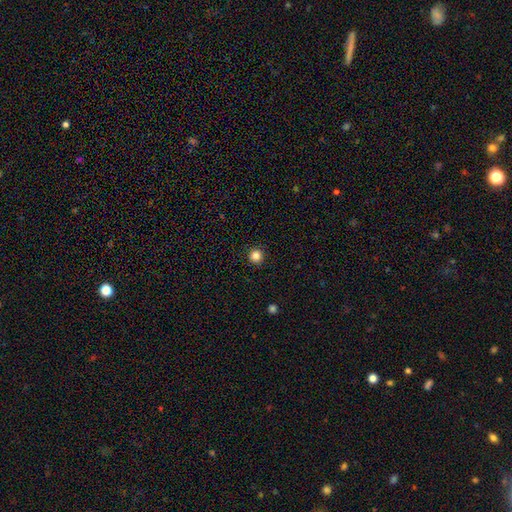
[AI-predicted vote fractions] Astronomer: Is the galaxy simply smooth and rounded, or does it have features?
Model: smooth — 84%.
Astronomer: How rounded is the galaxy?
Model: round — 96%.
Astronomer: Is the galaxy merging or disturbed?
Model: none — 93%.